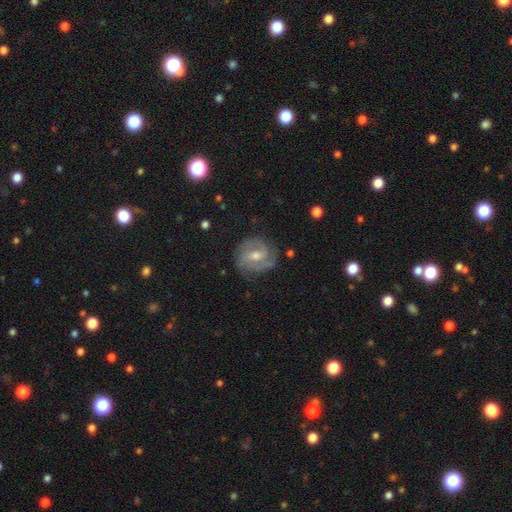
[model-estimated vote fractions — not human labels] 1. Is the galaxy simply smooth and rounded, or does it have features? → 83% featured or disk, 11% smooth, 6% star or artifact.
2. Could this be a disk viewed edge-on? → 97% no, 3% yes.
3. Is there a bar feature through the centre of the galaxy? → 54% weak, 27% no, 20% strong.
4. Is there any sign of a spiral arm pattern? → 95% yes, 5% no.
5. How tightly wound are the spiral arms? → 51% tight, 40% medium, 9% loose.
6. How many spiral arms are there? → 42% 2, 29% 3, 17% can't tell, 5% 4, 4% 1, 4% more than 4.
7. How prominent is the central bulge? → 63% moderate, 32% small, 3% large, 2% none, 1% dominant.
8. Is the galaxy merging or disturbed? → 77% none, 16% minor disturbance, 5% major disturbance, 1% merger.